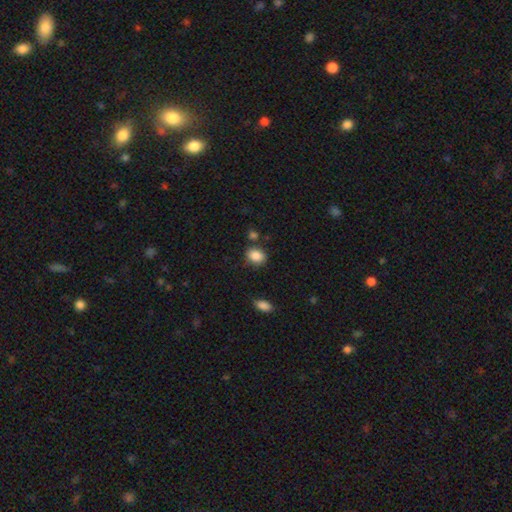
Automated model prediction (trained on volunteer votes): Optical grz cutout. It shows a smooth galaxy with no disk features (87%) that is in between round and cigar-shaped (53%). Merging: none (76%).